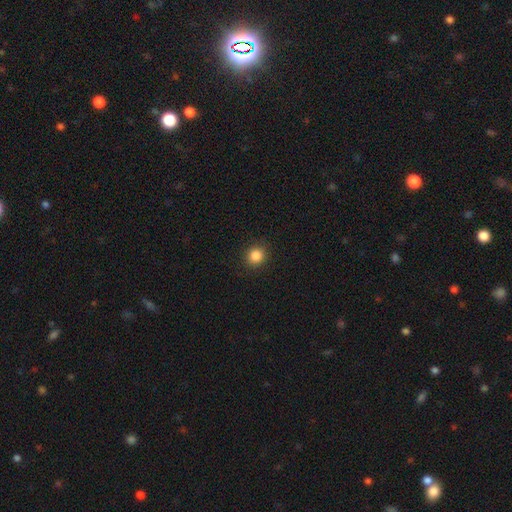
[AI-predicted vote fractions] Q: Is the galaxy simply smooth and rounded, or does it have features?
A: smooth — 85%.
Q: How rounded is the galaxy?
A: round — 86%.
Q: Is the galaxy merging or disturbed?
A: none — 91%.